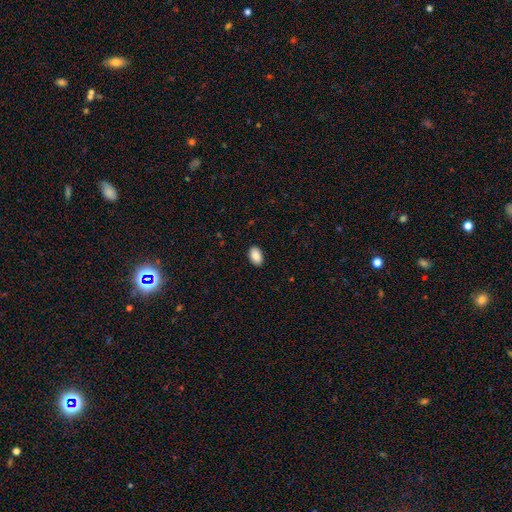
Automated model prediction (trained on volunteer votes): Morphology: type=smooth (89%); roundness=in between (92%); merging=none (90%).